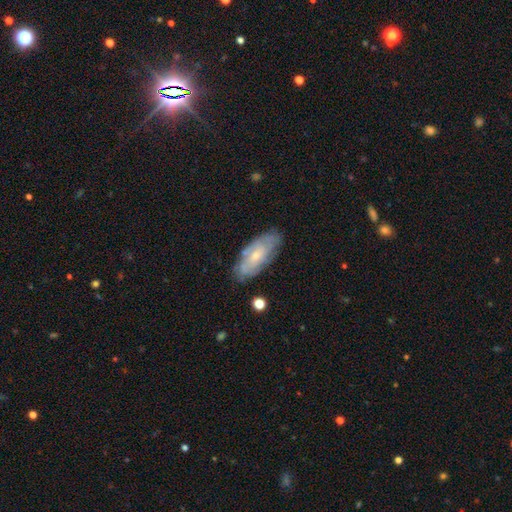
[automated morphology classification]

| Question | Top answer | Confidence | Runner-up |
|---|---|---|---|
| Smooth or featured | featured or disk | 57% | smooth (36%) |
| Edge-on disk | no | 87% | yes (13%) |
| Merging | none | 76% | minor disturbance (18%) |